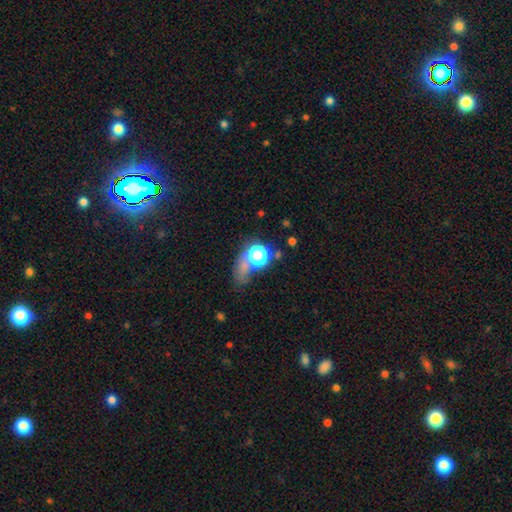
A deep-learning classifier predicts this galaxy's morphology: Smooth or featured? Predicted: smooth (p=0.57). How rounded? Predicted: round (p=0.63). Merging? Predicted: none (p=0.41).